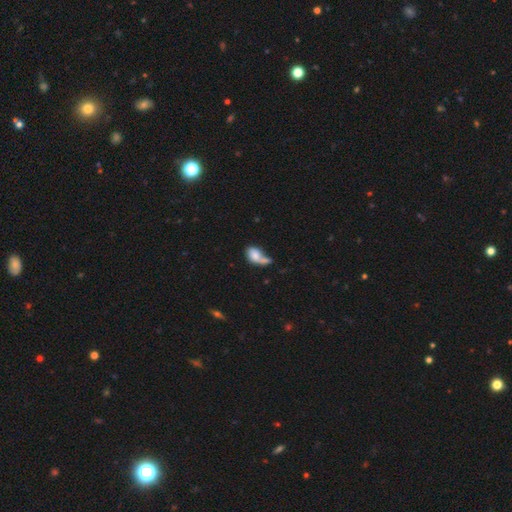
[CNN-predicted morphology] This appears to be a smooth galaxy with no disk features (71%) that is in between round and cigar-shaped (79%). Merging: merger (45%).